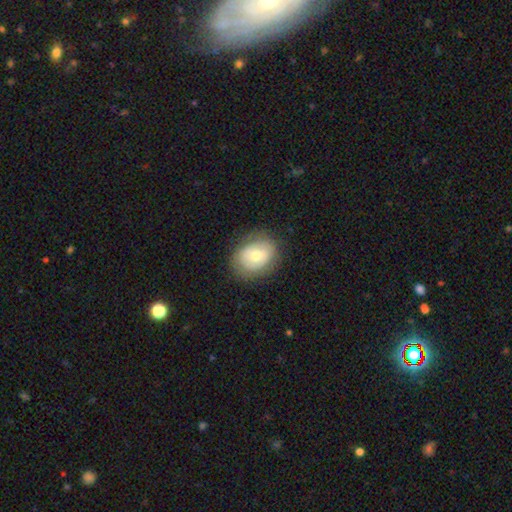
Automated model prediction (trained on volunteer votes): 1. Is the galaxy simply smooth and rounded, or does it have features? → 57% smooth, 36% featured or disk, 8% star or artifact.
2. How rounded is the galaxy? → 57% in between, 42% round, 1% cigar-shaped.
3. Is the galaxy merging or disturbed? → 78% none, 15% minor disturbance, 5% major disturbance, 1% merger.